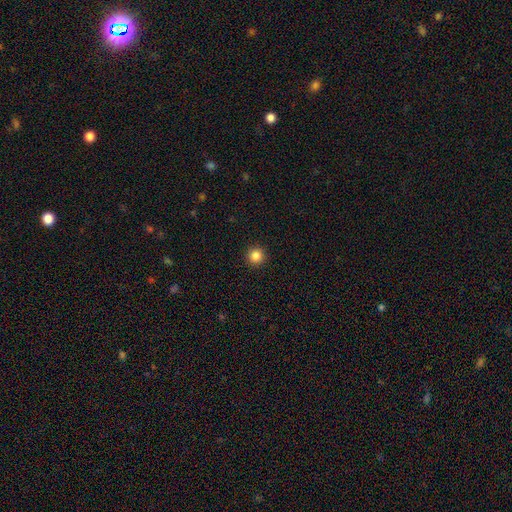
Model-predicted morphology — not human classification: smooth-or-featured: smooth: 85% | star or artifact: 11% | featured or disk: 3%
  how-rounded: round: 96% | in between: 3% | cigar-shaped: 1%
  merging: none: 93% | minor disturbance: 4% | major disturbance: 2% | merger: 1%